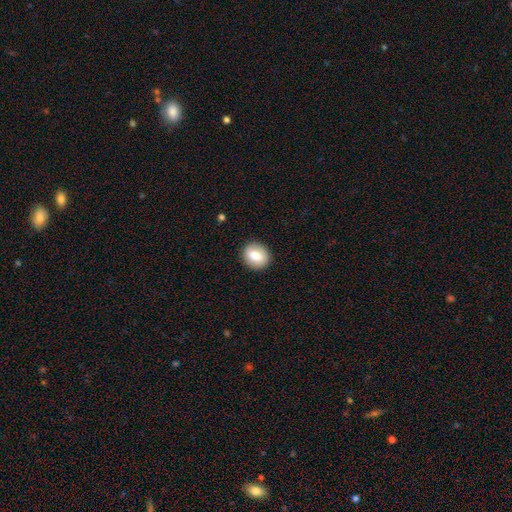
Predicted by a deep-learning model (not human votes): Q: Smooth or featured?
A: smooth (77%); runner-up: featured or disk (16%)
Q: How rounded?
A: round (68%); runner-up: in between (31%)
Q: Merging?
A: none (89%); runner-up: minor disturbance (8%)